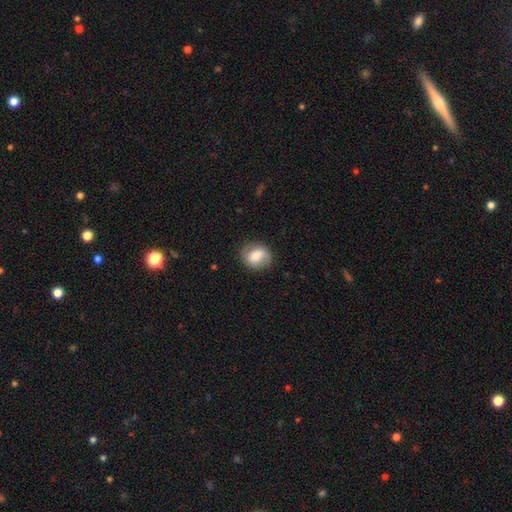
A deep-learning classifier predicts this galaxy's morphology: A smooth galaxy with no disk features (61%) that is round (64%). Merging: none (78%).